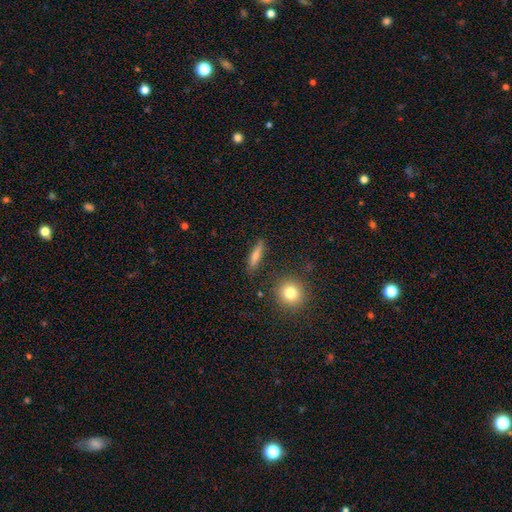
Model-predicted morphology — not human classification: A smooth galaxy with no disk features (72%) that is cigar-shaped (74%). Merging: none (83%).